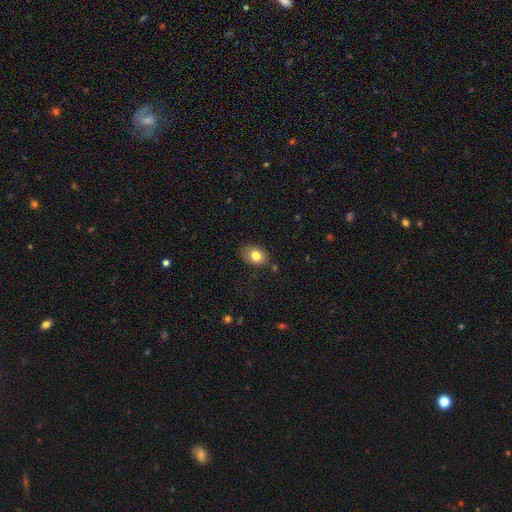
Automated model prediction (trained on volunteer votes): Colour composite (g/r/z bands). It shows a smooth galaxy with no disk features (80%) that is in between round and cigar-shaped (71%). Merging: none (78%).